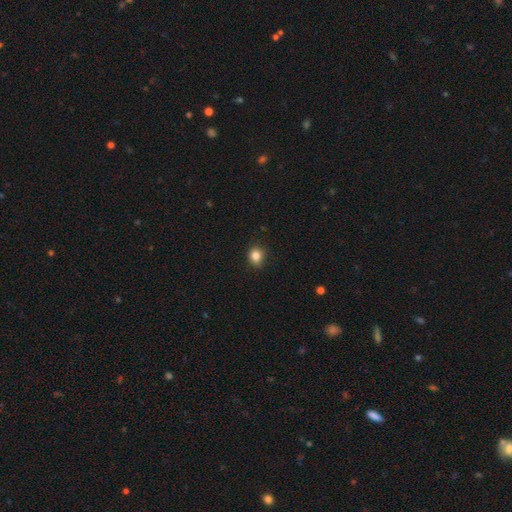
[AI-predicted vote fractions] A smooth galaxy with no disk features (83%) that is round (79%). Merging: none (85%).